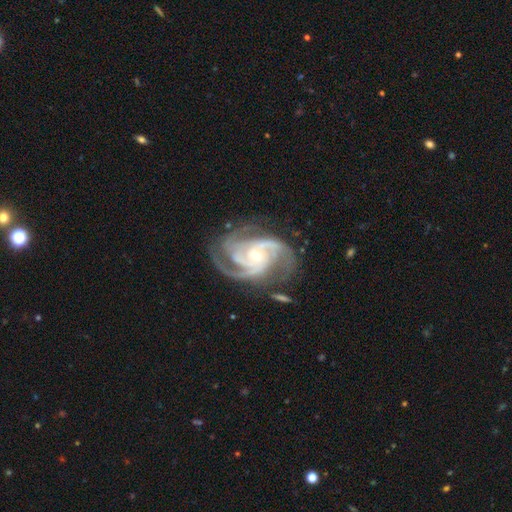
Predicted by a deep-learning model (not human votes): Overall: featured or disk (93%). Edge-on disk: no (98%). Bar: no (59%; weak 30%). Spiral arms: yes (99%). Spiral arm count: 3 (54%; 2 16%). Spiral winding: medium (48%; tight 44%). Bulge size: small (55%; moderate 42%). Merging: none (68%).